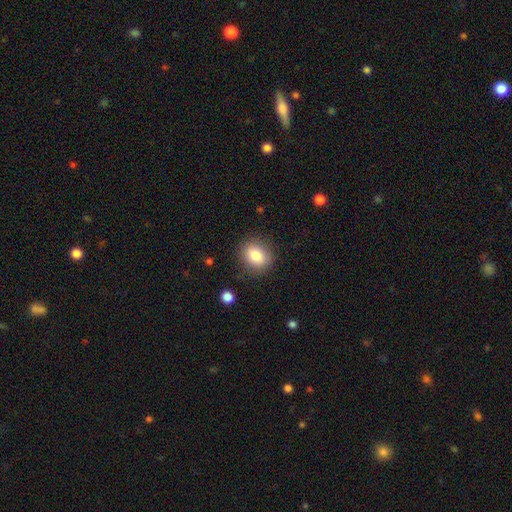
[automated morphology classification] This is clearly a smooth galaxy (84%). How rounded: possibly round (56%). Merging: clearly none (85%).